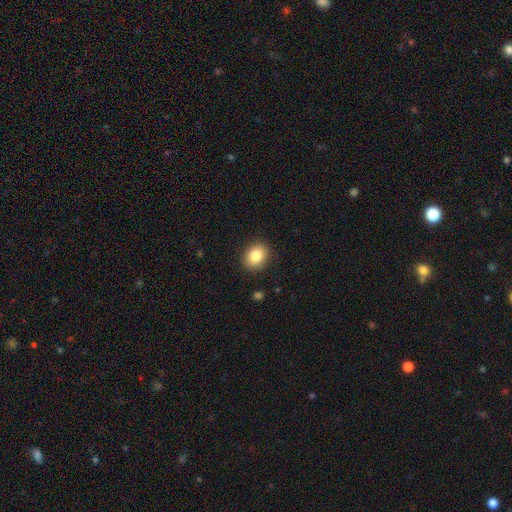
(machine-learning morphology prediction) The model was most divided on "how rounded": round: 55%, in between: 44%, cigar-shaped: 1%. More confident: merging — none (89%); smooth or featured — smooth (84%).